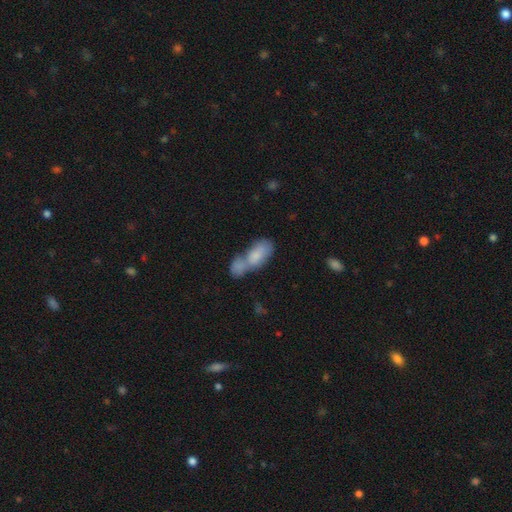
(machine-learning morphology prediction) Overall: smooth (77%). How rounded: in between (86%). Merging: merger (65%).